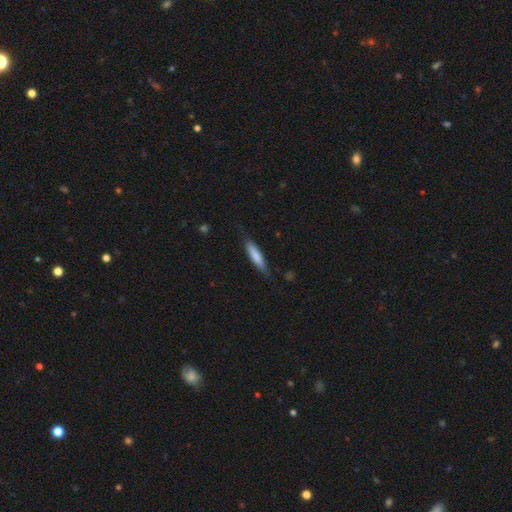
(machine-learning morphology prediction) A smooth galaxy with no disk features (74%) that is cigar-shaped (79%). Merging: none (77%).